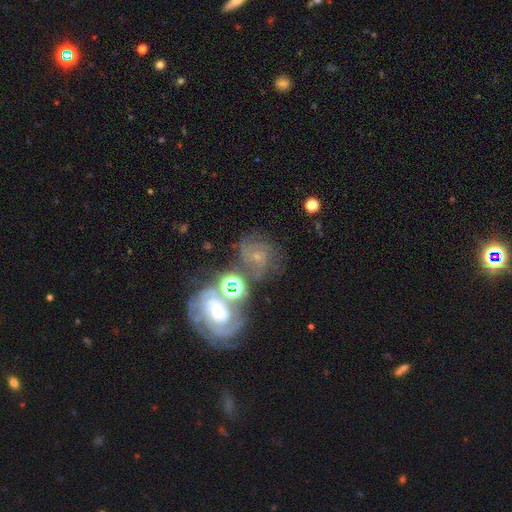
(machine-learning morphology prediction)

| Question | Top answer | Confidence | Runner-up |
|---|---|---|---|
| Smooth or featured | featured or disk | 63% | star or artifact (19%) |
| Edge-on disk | no | 96% | yes (4%) |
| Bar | no | 61% | weak (28%) |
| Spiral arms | yes | 88% | no (12%) |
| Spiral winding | tight | 59% | medium (32%) |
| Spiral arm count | can't tell | 36% | 3 (23%) |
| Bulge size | small | 52% | moderate (35%) |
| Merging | none | 51% | merger (24%) |